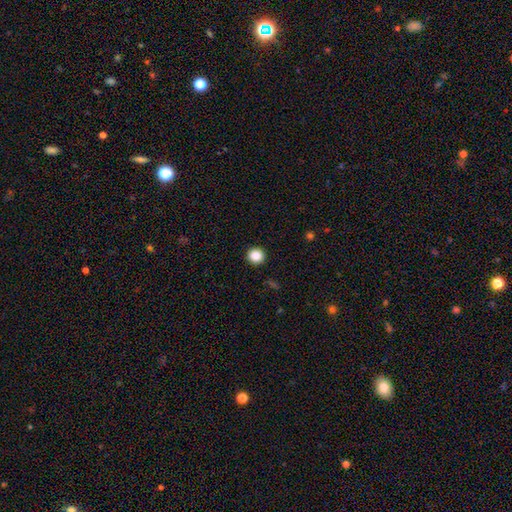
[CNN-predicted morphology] Overall: smooth (86%). How rounded: round (93%). Merging: none (93%).